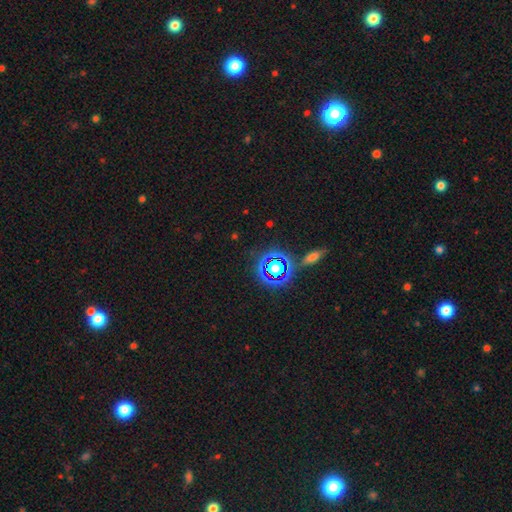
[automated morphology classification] Smooth or featured?
  - star or artifact: 72% *
  - smooth: 19%
  - featured or disk: 9%